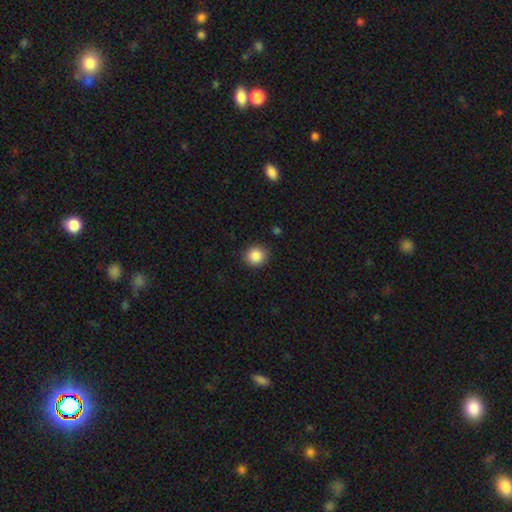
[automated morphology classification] This is clearly a smooth galaxy (87%). How rounded: clearly round (90%). Merging: clearly none (90%).